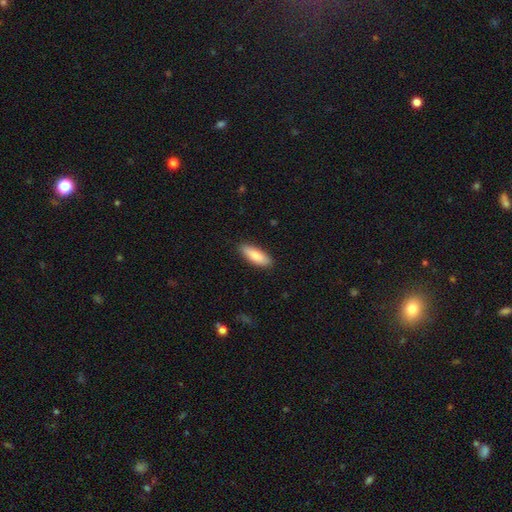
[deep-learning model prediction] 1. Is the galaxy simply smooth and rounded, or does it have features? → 83% smooth, 11% featured or disk, 6% star or artifact.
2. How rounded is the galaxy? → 65% in between, 33% cigar-shaped, 2% round.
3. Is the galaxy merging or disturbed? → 88% none, 9% minor disturbance, 2% major disturbance, 1% merger.